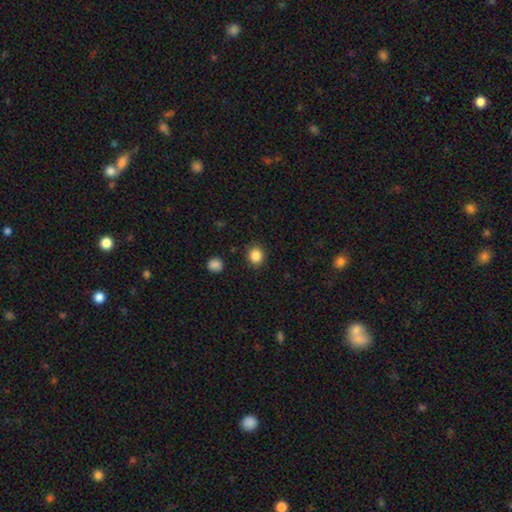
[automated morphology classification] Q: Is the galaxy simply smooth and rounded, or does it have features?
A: smooth — 86%.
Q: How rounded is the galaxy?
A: round — 83%.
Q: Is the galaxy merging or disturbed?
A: none — 89%.